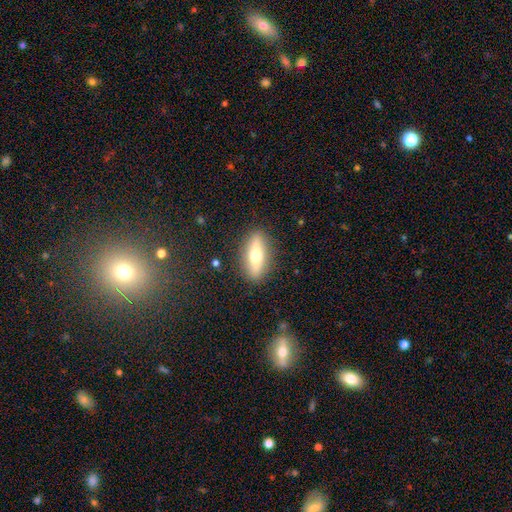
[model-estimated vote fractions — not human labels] The model was most divided on "smooth or featured": smooth: 52%, featured or disk: 41%, star or artifact: 7%. More confident: merging — none (87%); how rounded — in between (58%).